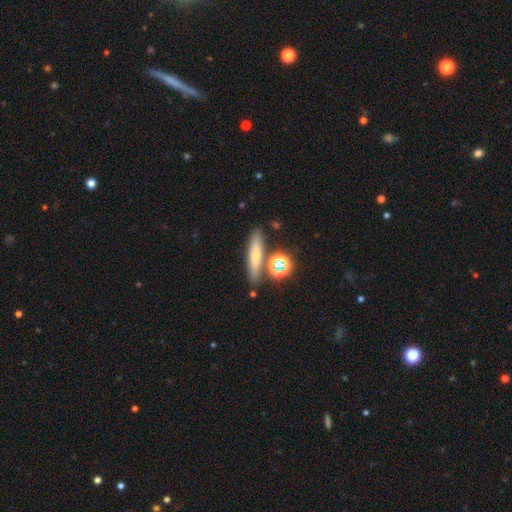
Smooth or featured? smooth (68%)
How rounded? cigar-shaped (76%)
Merging? none (71%)